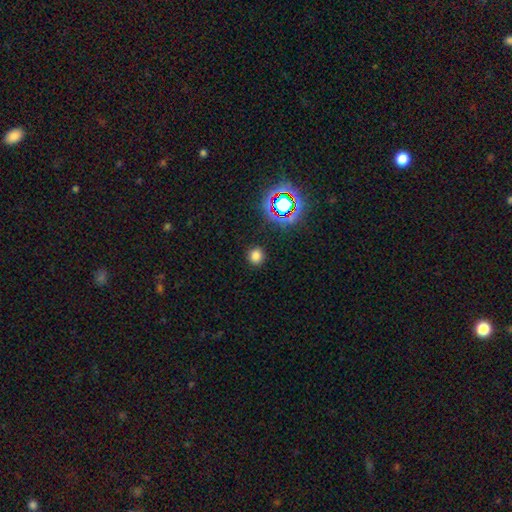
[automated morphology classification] smooth_or_featured: smooth (p=0.75) [alt: star or artifact p=0.19]
how_rounded: round (p=0.90) [alt: in between p=0.09]
merging: none (p=0.90) [alt: minor disturbance p=0.06]